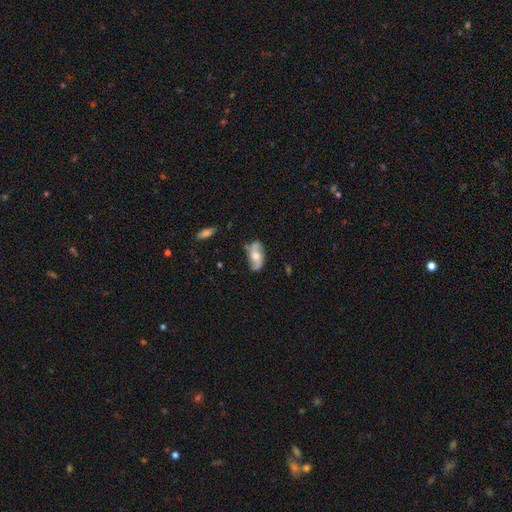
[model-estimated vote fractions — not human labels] This appears to be a featured or disk galaxy (66%) with no bar (61%), 2 (89%) loose (66%) spiral arms (90%) and a moderate central bulge (57%). Merging: none (70%).